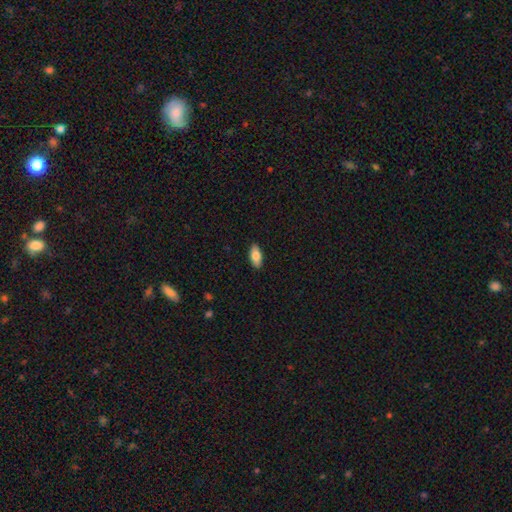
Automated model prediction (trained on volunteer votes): A smooth galaxy with no disk features (81%) that is in between round and cigar-shaped (87%). Merging: none (89%).